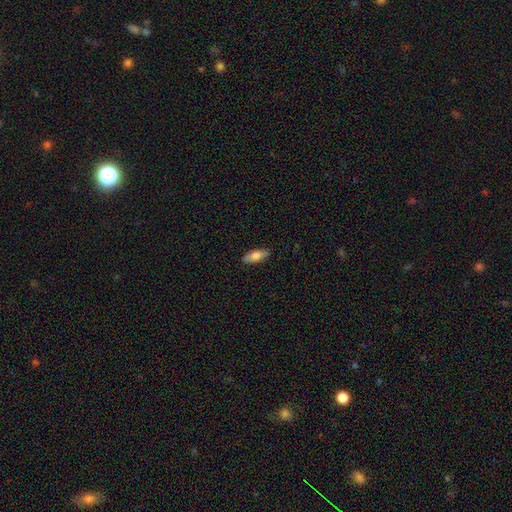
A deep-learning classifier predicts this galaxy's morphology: Overall: smooth (78%). How rounded: in between (75%). Merging: none (87%).